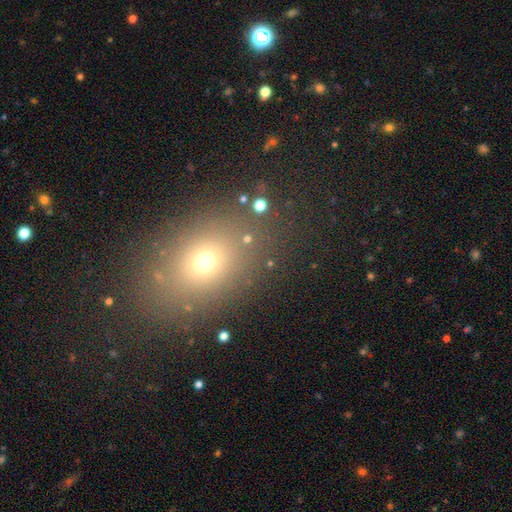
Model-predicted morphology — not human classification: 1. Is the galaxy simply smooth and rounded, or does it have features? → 62% smooth, 25% star or artifact, 13% featured or disk.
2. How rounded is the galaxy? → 63% in between, 36% round, 2% cigar-shaped.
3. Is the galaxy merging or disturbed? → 82% none, 10% minor disturbance, 5% major disturbance, 3% merger.